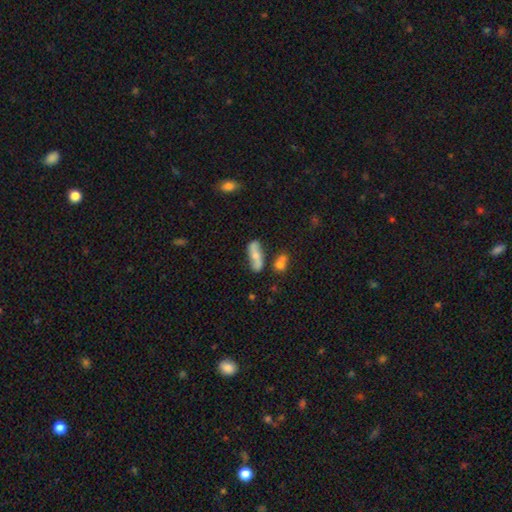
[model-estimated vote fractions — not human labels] Morphology: type=smooth (50%); merging=none (58%).